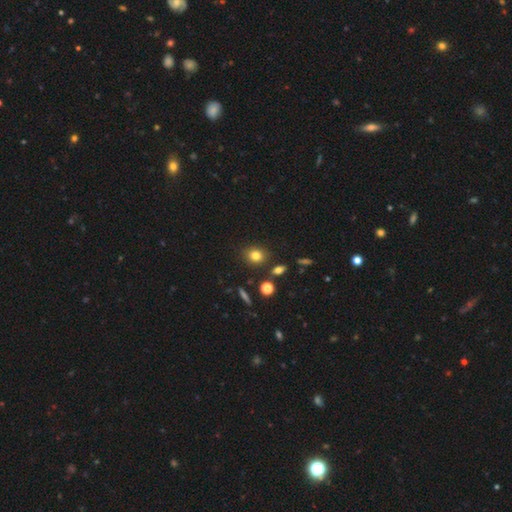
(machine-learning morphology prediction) smooth-or-featured: smooth: 80% | star or artifact: 12% | featured or disk: 8%
  how-rounded: round: 72% | in between: 27% | cigar-shaped: 1%
  merging: none: 84% | minor disturbance: 9% | merger: 4% | major disturbance: 3%